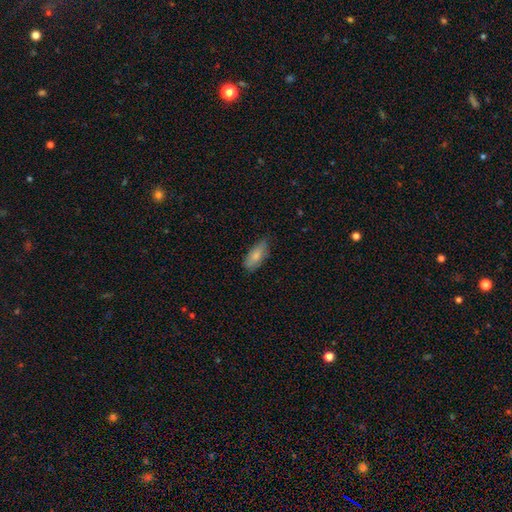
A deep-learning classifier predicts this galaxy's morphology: This appears to be a smooth galaxy with no disk features (80%) that is in between round and cigar-shaped (85%). Merging: none (71%).